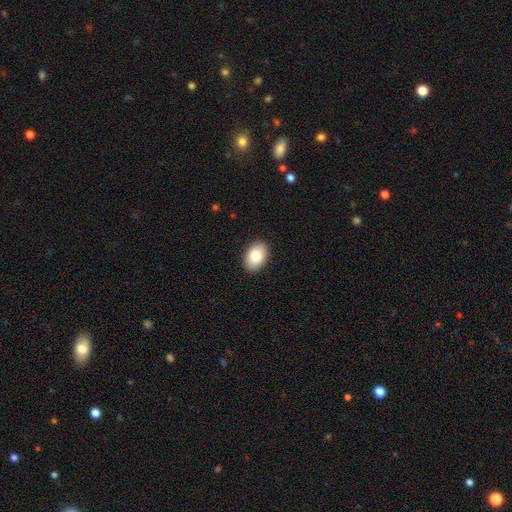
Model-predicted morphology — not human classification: A smooth galaxy with no disk features (82%) that is in between round and cigar-shaped (85%). Merging: none (90%).